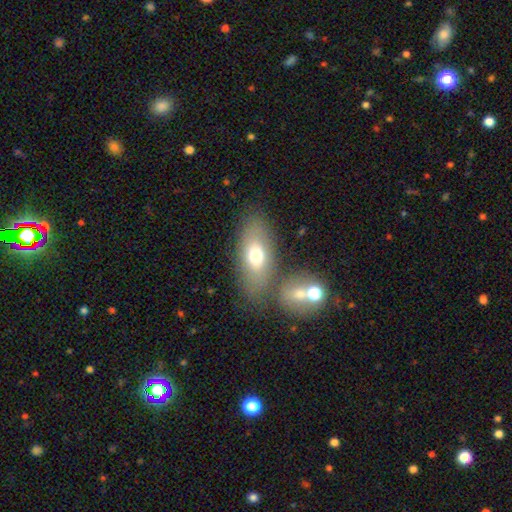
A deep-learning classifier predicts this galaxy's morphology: Smooth or featured?
  - smooth: 67% *
  - featured or disk: 24%
  - star or artifact: 9%
How rounded?
  - in between: 84% *
  - cigar-shaped: 9%
  - round: 7%
Merging?
  - none: 65% *
  - merger: 16%
  - minor disturbance: 13%
  - major disturbance: 5%